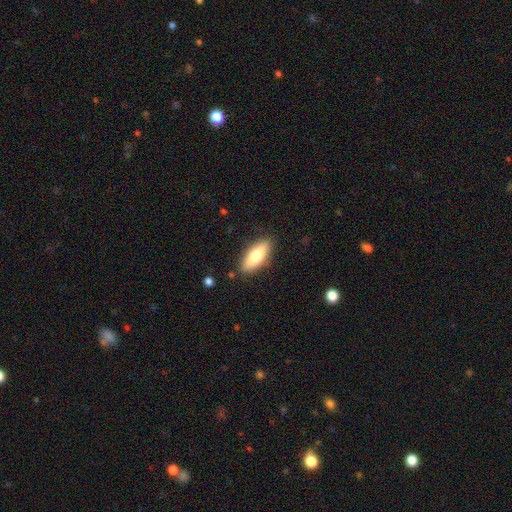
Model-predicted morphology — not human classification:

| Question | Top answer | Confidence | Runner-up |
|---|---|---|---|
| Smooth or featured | smooth | 75% | featured or disk (19%) |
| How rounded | in between | 70% | cigar-shaped (28%) |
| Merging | none | 85% | minor disturbance (11%) |